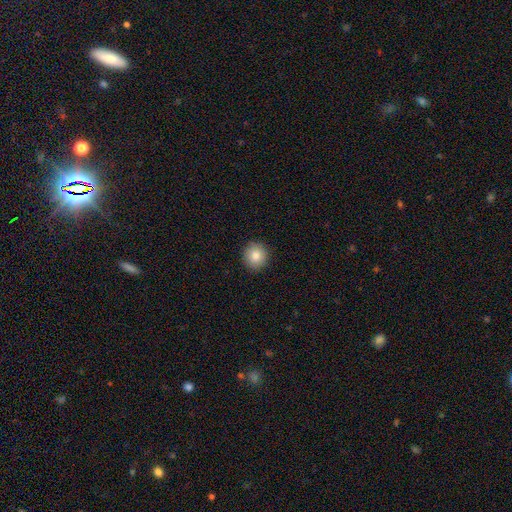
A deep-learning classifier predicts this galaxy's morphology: smooth 84%, star or artifact 9%, featured or disk 7%. Down the decision tree: how rounded — round (93%); merging — none (92%).